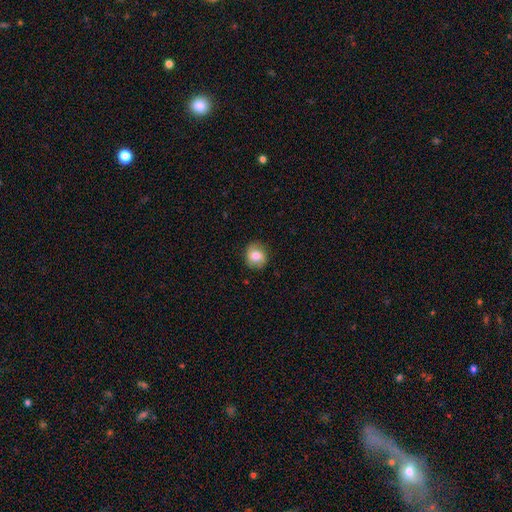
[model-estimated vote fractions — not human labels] Smooth or featured?
  - smooth: 74% *
  - featured or disk: 16%
  - star or artifact: 9%
How rounded?
  - round: 81% *
  - in between: 18%
  - cigar-shaped: 1%
Merging?
  - none: 85% *
  - minor disturbance: 12%
  - major disturbance: 3%
  - merger: 1%